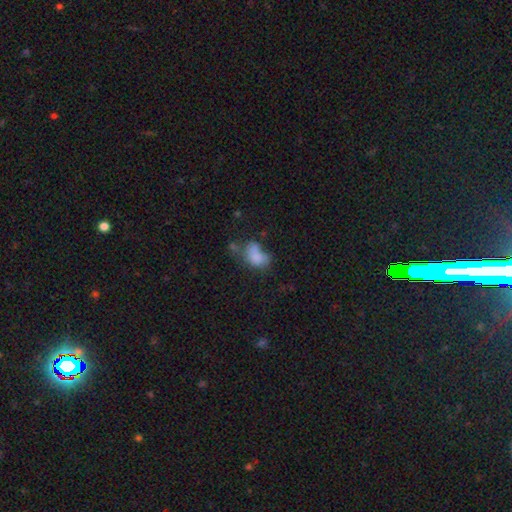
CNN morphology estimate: This appears to be a smooth galaxy with no disk features (69%) that is in between round and cigar-shaped (82%). Merging: merger (27%, tied with major disturbance).